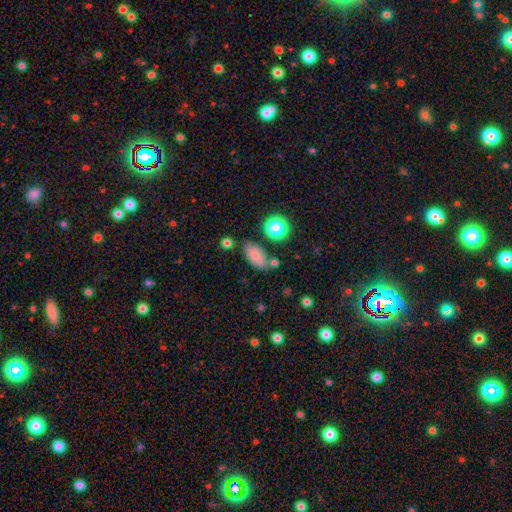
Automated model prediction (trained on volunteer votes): smooth 81%, star or artifact 11%, featured or disk 8%. Down the decision tree: how rounded — in between (88%); merging — none (72%).